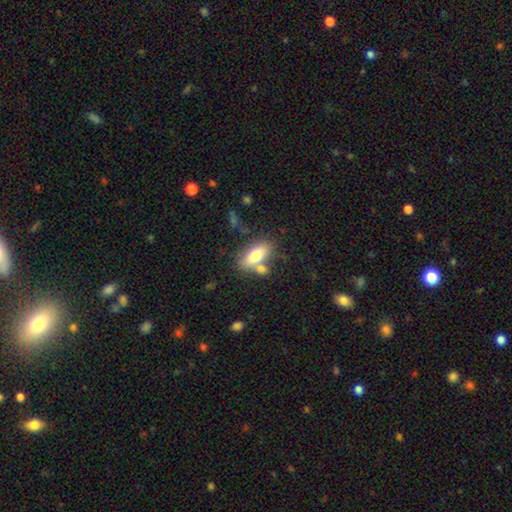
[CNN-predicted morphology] The model was most divided on "merging": none: 58%, merger: 24%, minor disturbance: 13%, major disturbance: 5%. More confident: how rounded — in between (83%); smooth or featured — smooth (73%).